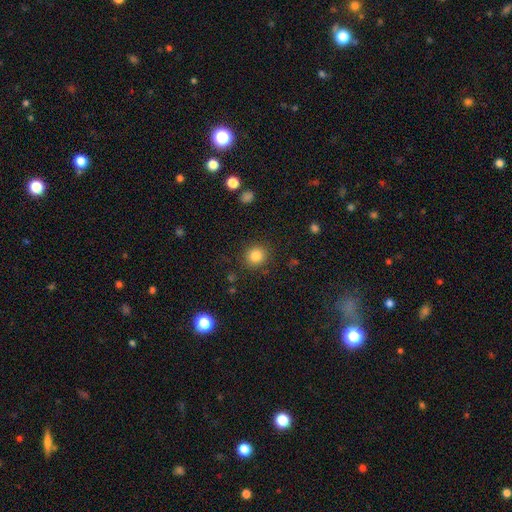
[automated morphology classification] Q: Smooth or featured?
A: smooth (84%); runner-up: star or artifact (11%)
Q: How rounded?
A: round (89%); runner-up: in between (10%)
Q: Merging?
A: none (88%); runner-up: minor disturbance (7%)